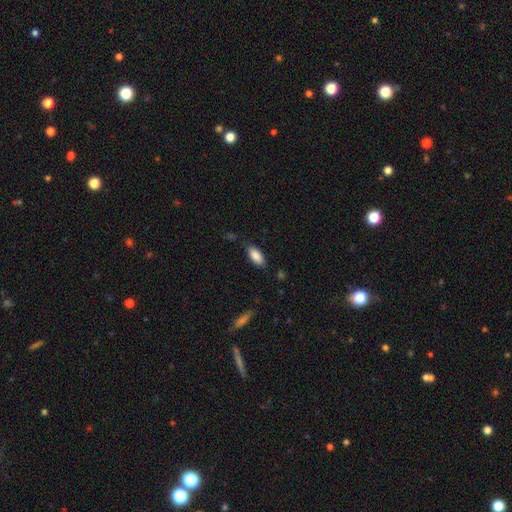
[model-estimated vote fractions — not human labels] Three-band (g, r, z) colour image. It shows a smooth galaxy with no disk features (87%) that is in between round and cigar-shaped (86%). Merging: none (79%).